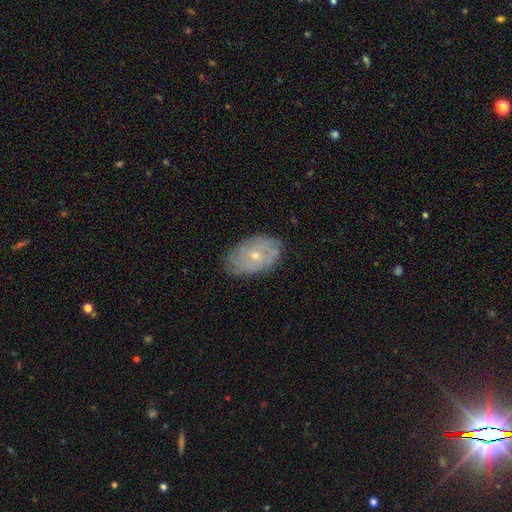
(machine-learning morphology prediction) featured or disk 67%, smooth 25%, star or artifact 8%. Down the decision tree: edge-on disk — no (95%); bar — no (80%); spiral arms — yes (80%); spiral arm count — can't tell (59%); spiral winding — tight (70%); bulge size — small (64%); merging — none (77%).